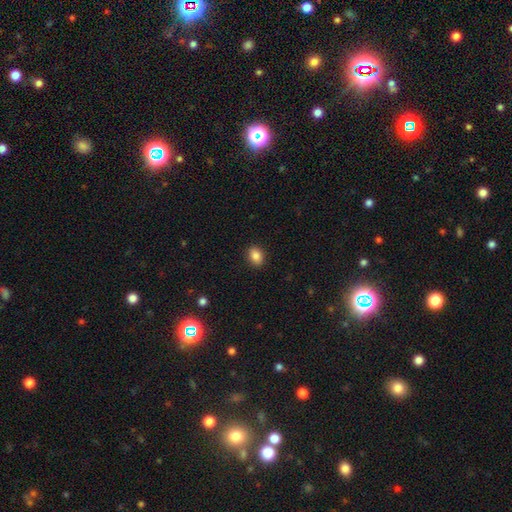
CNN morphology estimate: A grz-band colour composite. It shows a smooth galaxy with no disk features (86%) that is in between round and cigar-shaped (67%). Merging: none (90%).